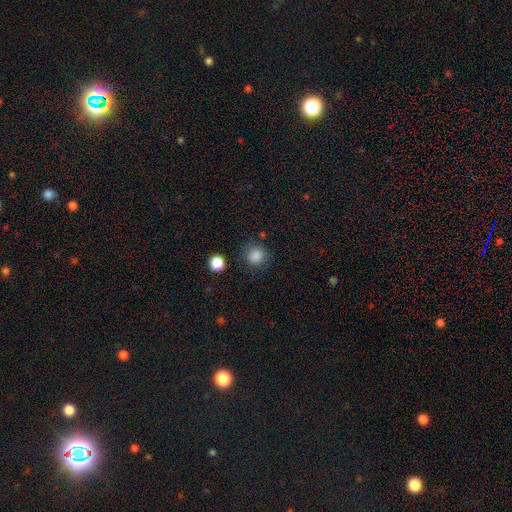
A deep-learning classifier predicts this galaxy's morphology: This is clearly a smooth galaxy (86%). How rounded: clearly round (91%). Merging: clearly none (83%).